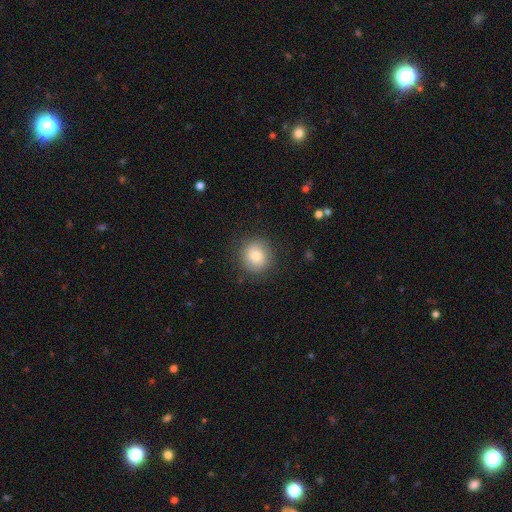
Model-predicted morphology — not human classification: smooth 78%, featured or disk 13%, star or artifact 9%. Down the decision tree: how rounded — round (90%); merging — none (85%).